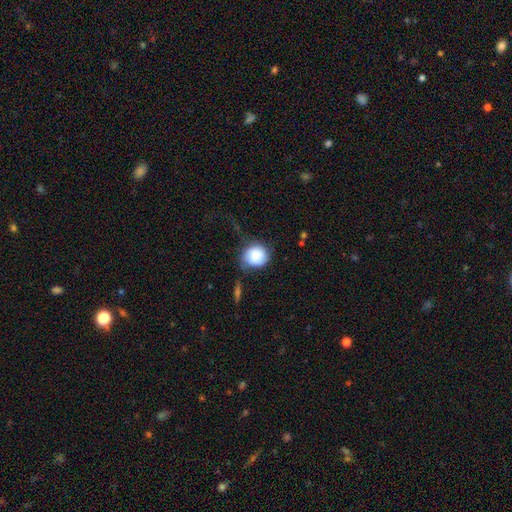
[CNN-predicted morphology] Smooth or featured? Predicted: smooth (p=0.76). How rounded? Predicted: round (p=0.81). Merging? Predicted: none (p=0.42).